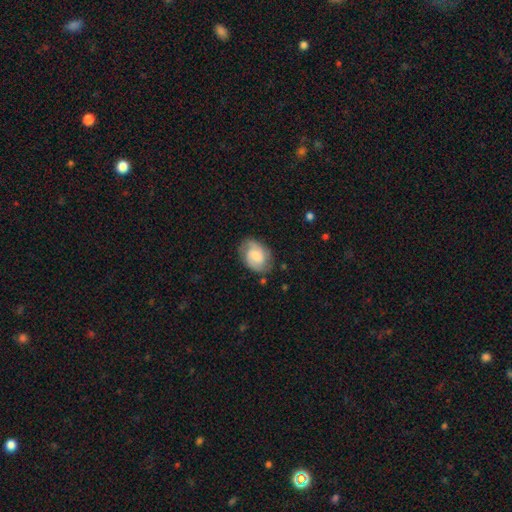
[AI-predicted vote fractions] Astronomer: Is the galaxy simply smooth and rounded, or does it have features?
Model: featured or disk — 53% (runner-up: smooth, 40%).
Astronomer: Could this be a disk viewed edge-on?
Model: no — 96%.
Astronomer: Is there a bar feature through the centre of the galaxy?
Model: no — 49% (runner-up: weak, 42%).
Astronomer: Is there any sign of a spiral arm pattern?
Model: yes — 86%.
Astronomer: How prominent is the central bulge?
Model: small — 42% (runner-up: moderate, 41%).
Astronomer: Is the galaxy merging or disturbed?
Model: none — 72%.